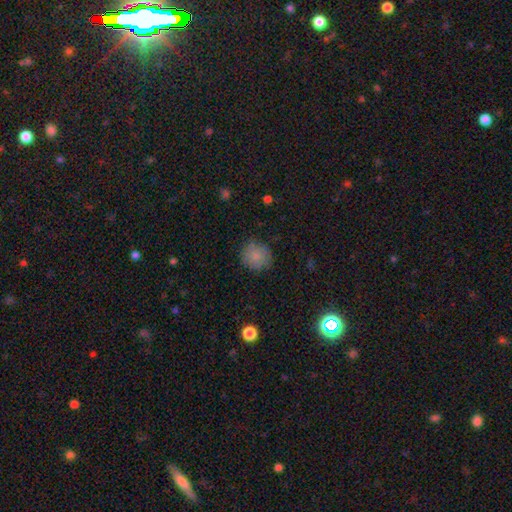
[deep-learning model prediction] This appears to be a smooth galaxy with no disk features (82%) that is round (91%). Merging: none (80%).